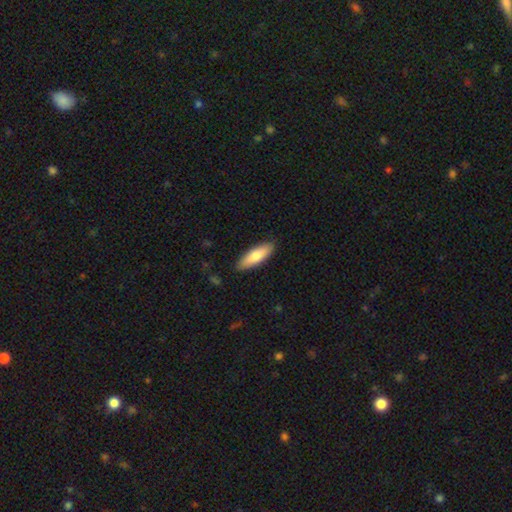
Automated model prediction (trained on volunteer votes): Smooth or featured? Predicted: smooth (p=0.76). How rounded? Predicted: in between (p=0.50). Merging? Predicted: none (p=0.88).